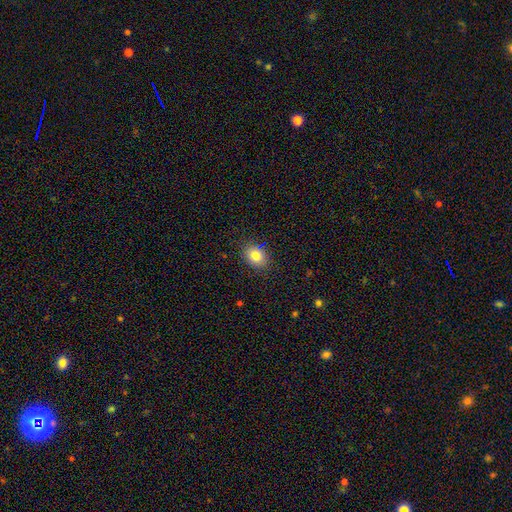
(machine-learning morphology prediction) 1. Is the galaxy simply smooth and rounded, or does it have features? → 81% smooth, 10% star or artifact, 9% featured or disk.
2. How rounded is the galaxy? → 63% in between, 36% round, 1% cigar-shaped.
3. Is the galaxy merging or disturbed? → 86% none, 10% minor disturbance, 3% major disturbance, 2% merger.